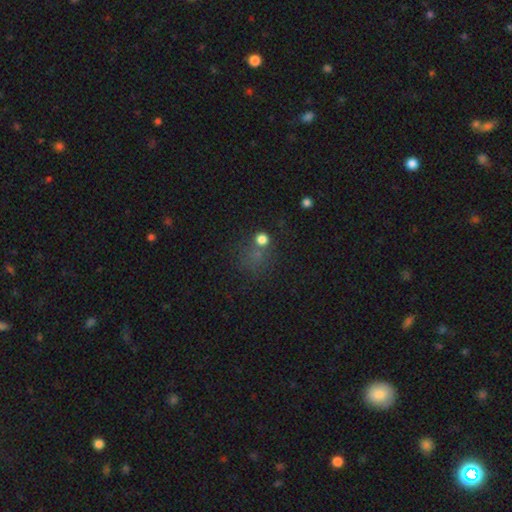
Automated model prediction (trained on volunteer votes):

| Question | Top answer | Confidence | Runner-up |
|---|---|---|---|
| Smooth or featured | smooth | 50% | star or artifact (38%) |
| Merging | none | 58% | merger (16%) |